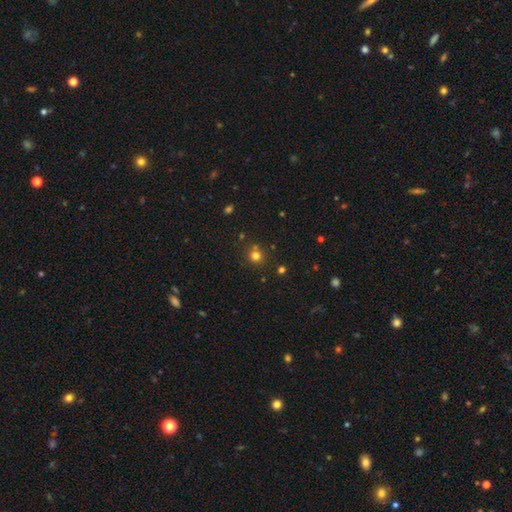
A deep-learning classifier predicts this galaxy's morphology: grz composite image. It shows a smooth galaxy with no disk features (73%) that is round (91%). Merging: none (77%).